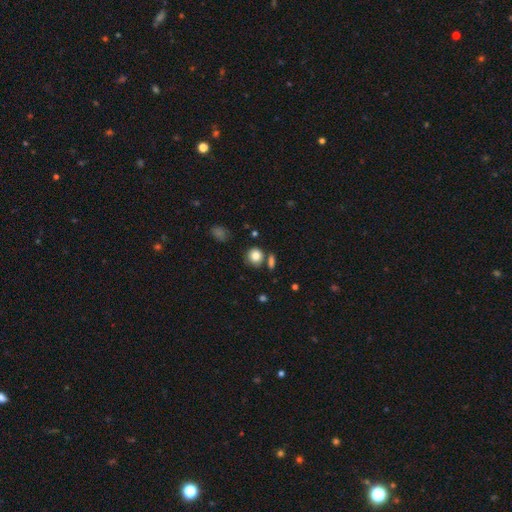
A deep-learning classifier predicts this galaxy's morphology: A smooth galaxy with no disk features (83%) that is round (81%). Merging: none (69%).